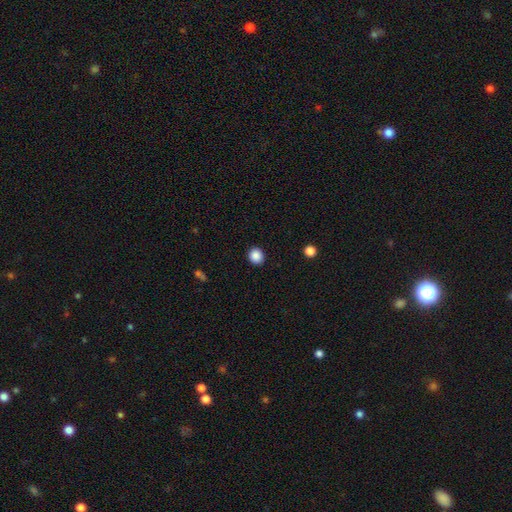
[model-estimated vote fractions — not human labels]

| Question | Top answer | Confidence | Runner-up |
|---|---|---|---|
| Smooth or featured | smooth | 88% | star or artifact (10%) |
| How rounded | round | 82% | in between (17%) |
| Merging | none | 92% | minor disturbance (6%) |